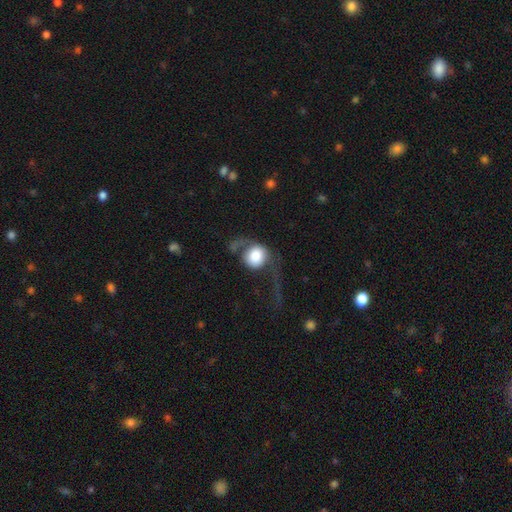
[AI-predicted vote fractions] This appears to be a smooth galaxy with no disk features (63%) that is round (80%). Merging: major disturbance (50%).